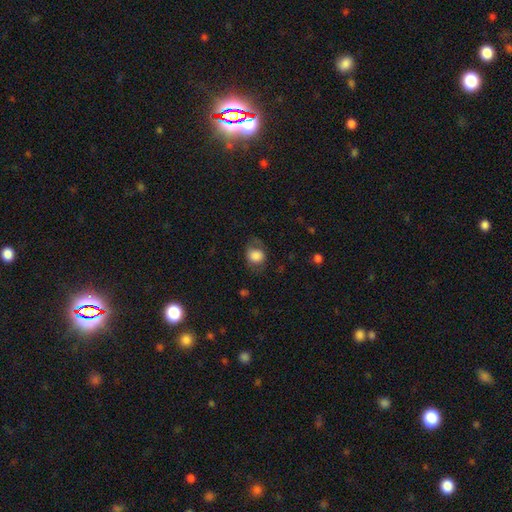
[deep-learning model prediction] A smooth galaxy with no disk features (79%) that is round (63%). Merging: none (58%).